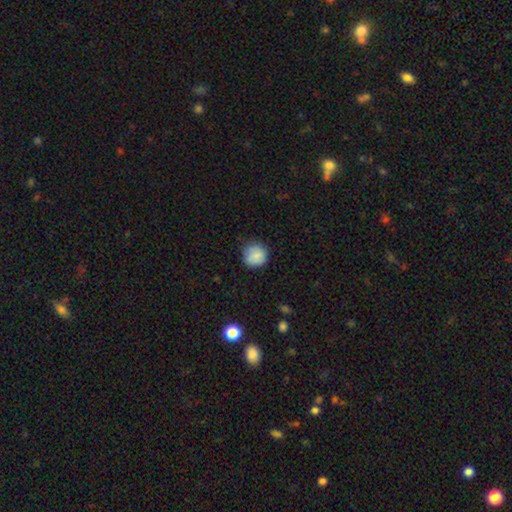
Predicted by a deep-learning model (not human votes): Smooth or featured? Predicted: smooth (p=0.85). How rounded? Predicted: round (p=0.92). Merging? Predicted: none (p=0.77).